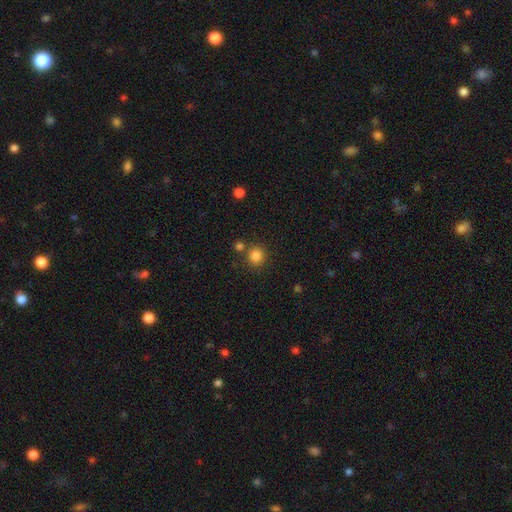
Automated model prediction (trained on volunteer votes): The model was most divided on "merging": none: 79%, merger: 11%, minor disturbance: 8%, major disturbance: 3%. More confident: how rounded — round (90%); smooth or featured — smooth (84%).